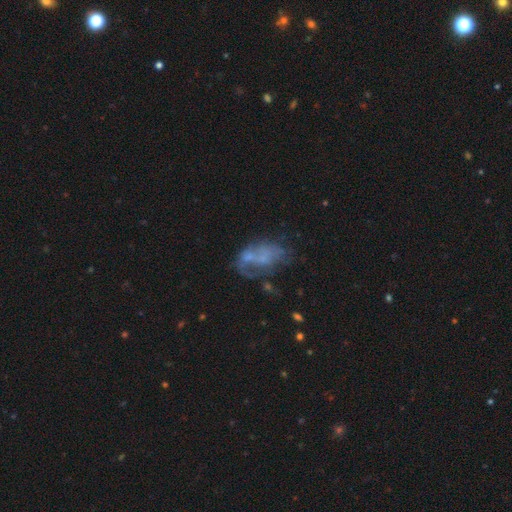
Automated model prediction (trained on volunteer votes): Smooth or featured: featured or disk — 53% (smooth — 31%)
Edge-on disk: no — 96% (yes — 4%)
Bar: no — 83% (weak — 13%)
Spiral arms: no — 73% (yes — 27%)
Bulge size: none — 67% (small — 22%)
Merging: none — 32% (tied with major disturbance — 32%)